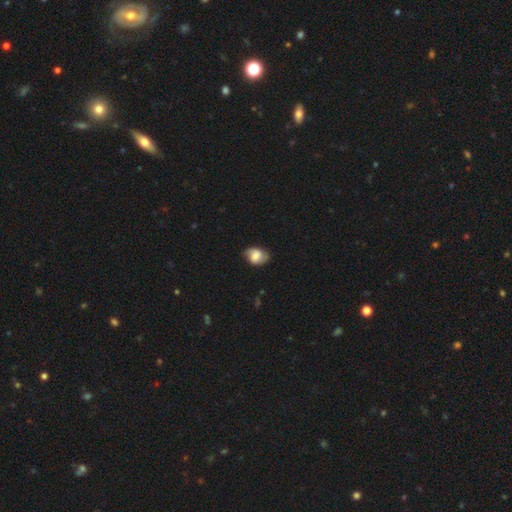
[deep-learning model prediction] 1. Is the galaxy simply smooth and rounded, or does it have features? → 50% smooth, 41% featured or disk, 8% star or artifact.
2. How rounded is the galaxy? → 65% in between, 34% round, 1% cigar-shaped.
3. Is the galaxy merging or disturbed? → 74% none, 19% minor disturbance, 5% major disturbance, 1% merger.